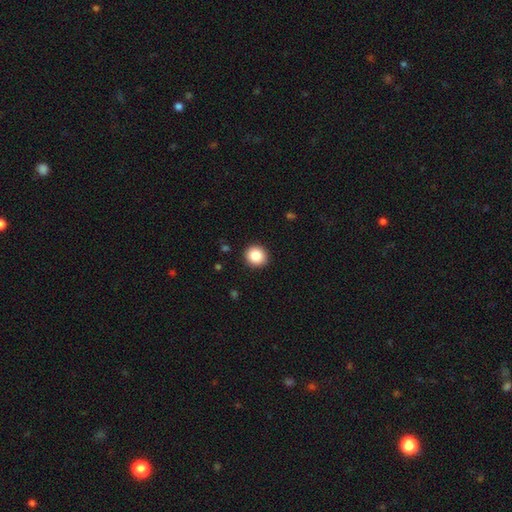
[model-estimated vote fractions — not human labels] This is clearly a smooth galaxy (86%). How rounded: clearly round (87%). Merging: clearly none (92%).